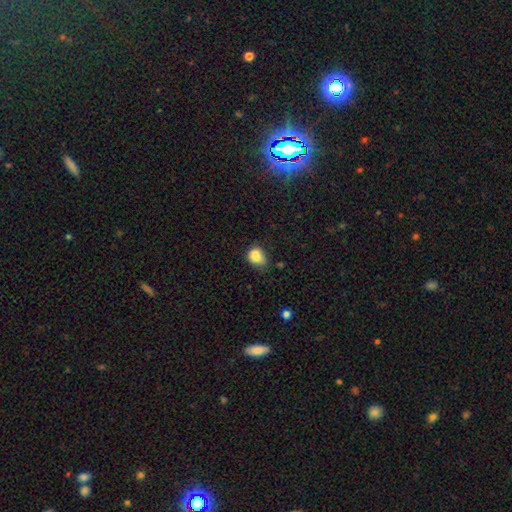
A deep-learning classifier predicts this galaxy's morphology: A smooth galaxy with no disk features (81%) that is round (51%). Merging: none (46%).